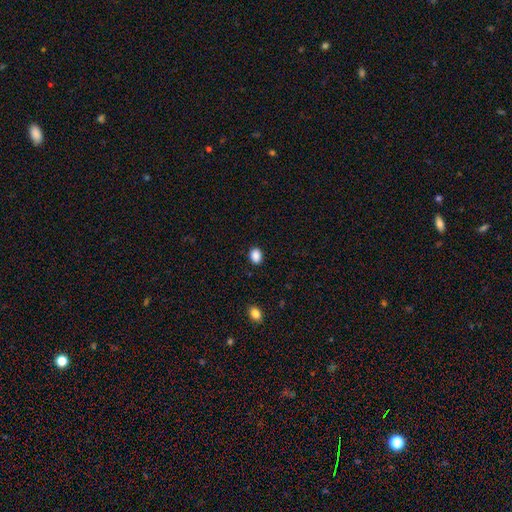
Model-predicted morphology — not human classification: Overall: smooth (88%). How rounded: in between (58%; round 41%). Merging: none (88%).